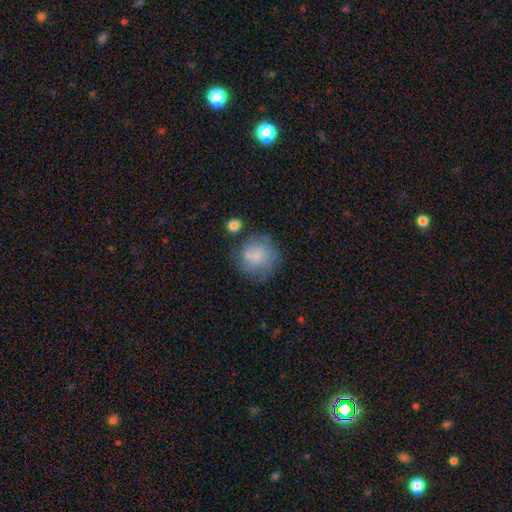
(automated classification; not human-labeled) This appears to be a smooth galaxy with no disk features (65%) that is round (87%). Merging: none (54%).